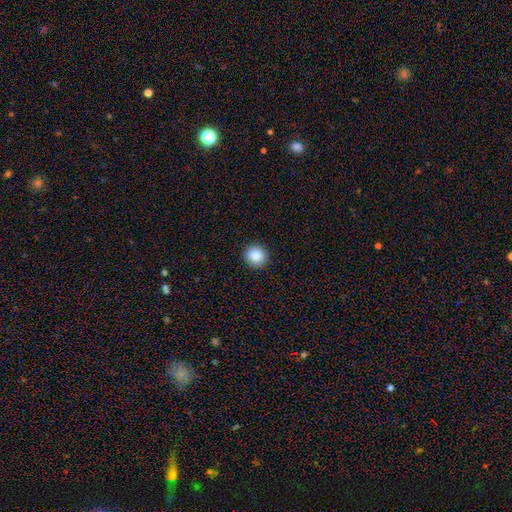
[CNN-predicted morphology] Smooth or featured: smooth — 88% (star or artifact — 9%)
How rounded: round — 90% (in between — 9%)
Merging: none — 93% (minor disturbance — 5%)